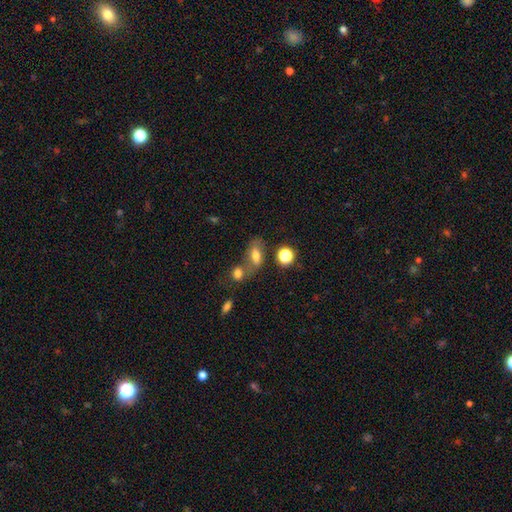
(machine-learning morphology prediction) This appears to be a smooth galaxy with no disk features (65%) that is in between round and cigar-shaped (80%). Merging: none (45%).